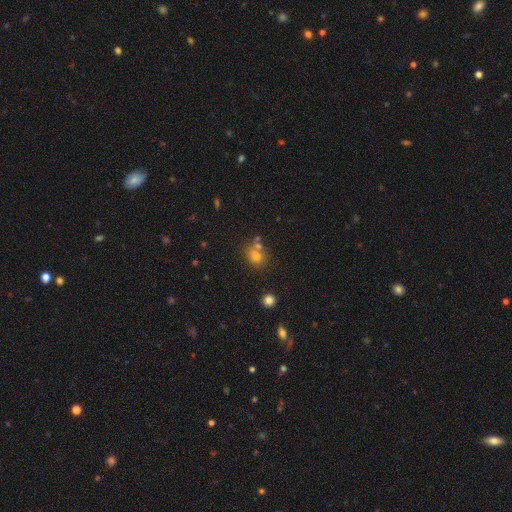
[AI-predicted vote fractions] Q: Smooth or featured?
A: smooth (71%); runner-up: star or artifact (17%)
Q: How rounded?
A: round (72%); runner-up: in between (27%)
Q: Merging?
A: none (59%); runner-up: merger (25%)